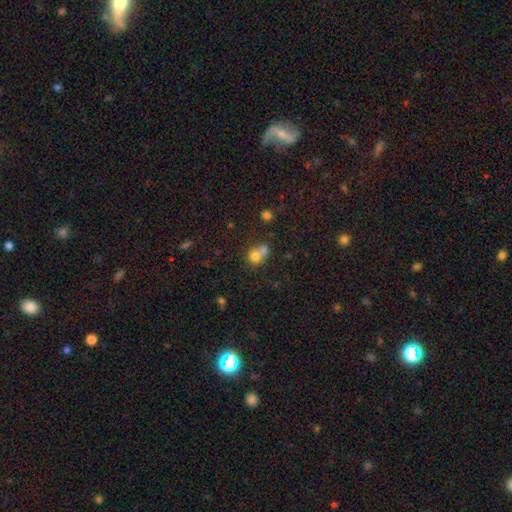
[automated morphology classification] Smooth or featured: smooth — 74% (featured or disk — 14%)
How rounded: round — 74% (in between — 25%)
Merging: merger — 57% (none — 31%)